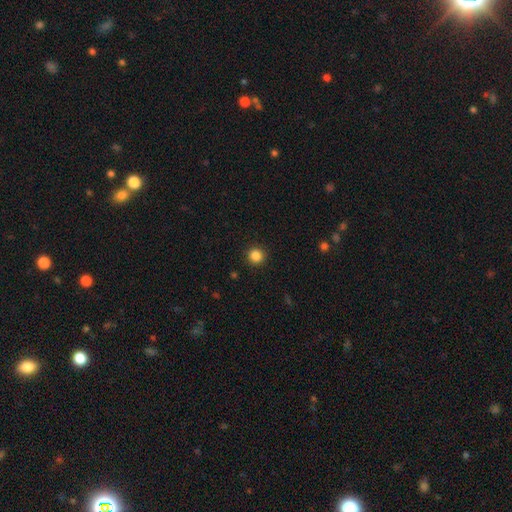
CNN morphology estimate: A smooth galaxy with no disk features (85%) that is round (94%). Merging: none (92%).